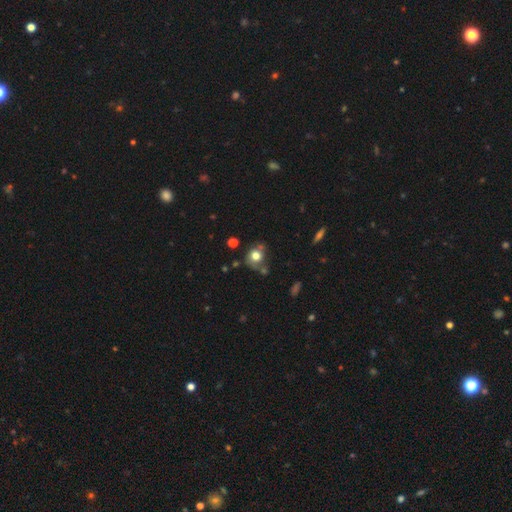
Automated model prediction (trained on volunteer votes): Smooth or featured? smooth (74%)
How rounded? round (75%)
Merging? none (58%)